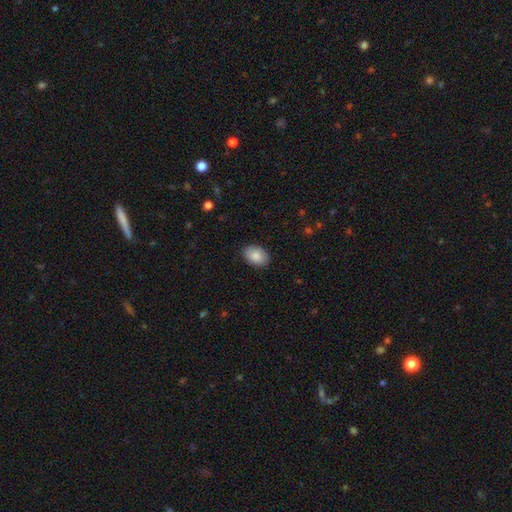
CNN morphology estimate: smooth-or-featured: smooth: 88% | star or artifact: 6% | featured or disk: 5%
  how-rounded: in between: 86% | round: 13% | cigar-shaped: 1%
  merging: none: 88% | minor disturbance: 9% | major disturbance: 2% | merger: 1%